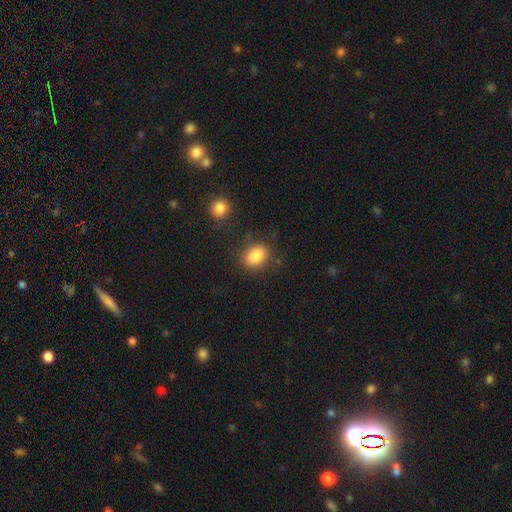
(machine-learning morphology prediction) Smooth or featured: smooth — 87% (star or artifact — 8%)
How rounded: in between — 72% (round — 27%)
Merging: none — 80% (minor disturbance — 12%)